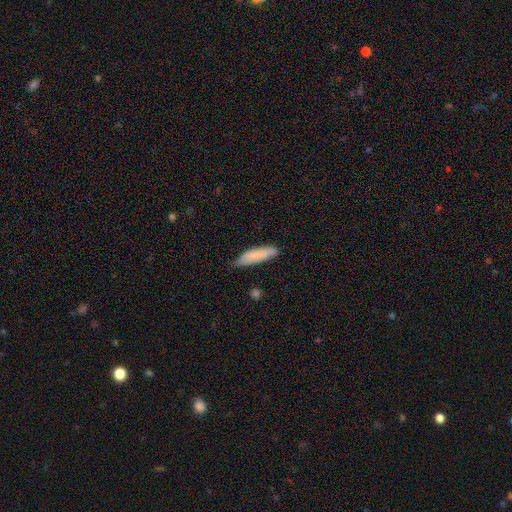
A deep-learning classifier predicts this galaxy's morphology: smooth 82%, featured or disk 11%, star or artifact 6%. Down the decision tree: how rounded — cigar-shaped (73%); merging — none (75%).